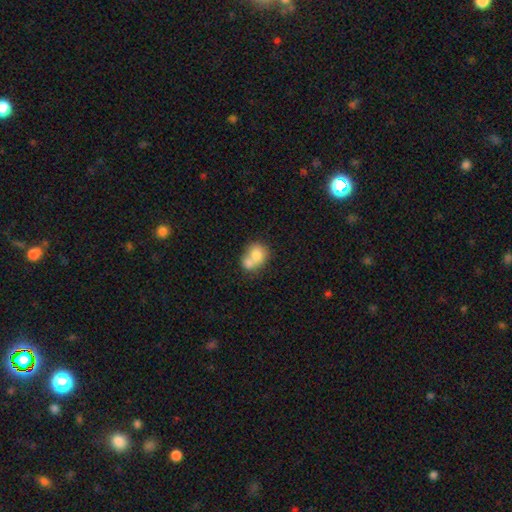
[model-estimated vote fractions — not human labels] Smooth or featured?
  - smooth: 73% *
  - featured or disk: 19%
  - star or artifact: 8%
How rounded?
  - round: 64% *
  - in between: 35%
  - cigar-shaped: 1%
Merging?
  - merger: 64% *
  - none: 24%
  - minor disturbance: 8%
  - major disturbance: 4%